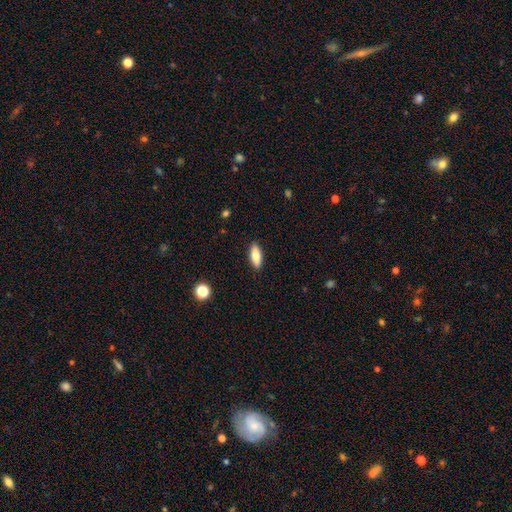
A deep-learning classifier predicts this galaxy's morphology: type=smooth (76%); roundness=in between (71%); merging=none (89%).